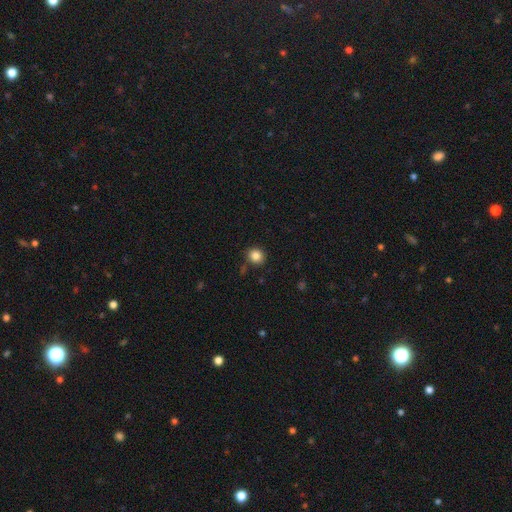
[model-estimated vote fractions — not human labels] A smooth galaxy with no disk features (85%) that is round (81%).

Vote fractions:
- Smooth or featured? smooth: 85% / star or artifact: 10% / featured or disk: 5%
- How rounded? round: 81% / in between: 18% / cigar-shaped: 1%
- Merging? none: 87% / minor disturbance: 8% / merger: 3% / major disturbance: 2%